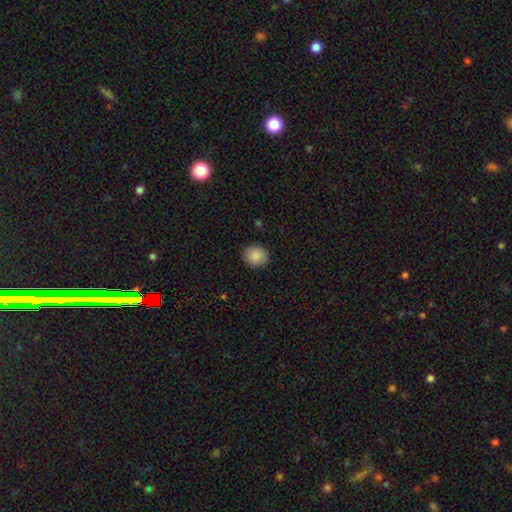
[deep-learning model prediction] smooth-or-featured: smooth: 87% | star or artifact: 8% | featured or disk: 5%
  how-rounded: round: 84% | in between: 15% | cigar-shaped: 1%
  merging: none: 89% | minor disturbance: 8% | major disturbance: 2% | merger: 1%